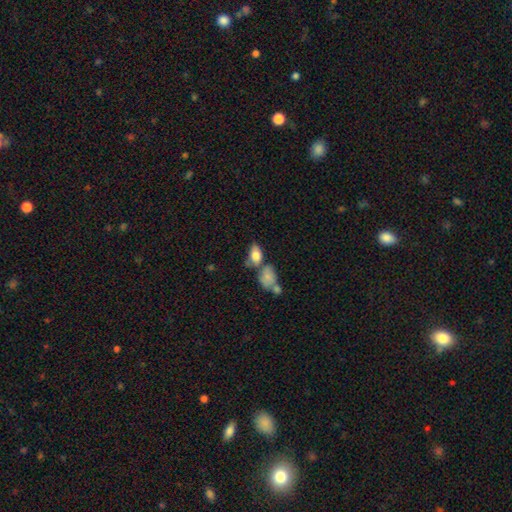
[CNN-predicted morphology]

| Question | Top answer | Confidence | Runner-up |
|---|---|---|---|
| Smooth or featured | smooth | 75% | featured or disk (16%) |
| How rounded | in between | 87% | round (10%) |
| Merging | none | 37% | merger (35%) |